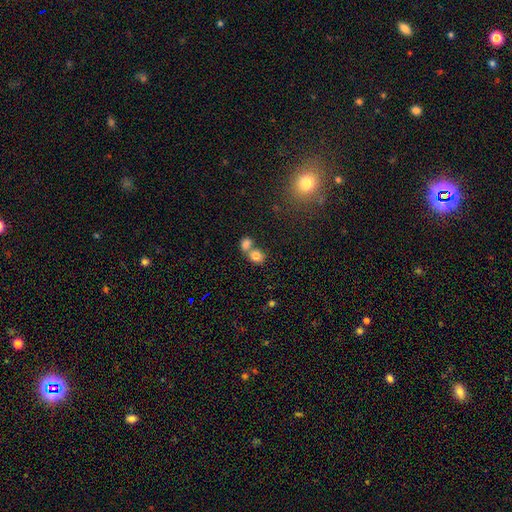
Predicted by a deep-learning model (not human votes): A smooth galaxy with no disk features (80%) that is round (67%). Merging: merger (58%).